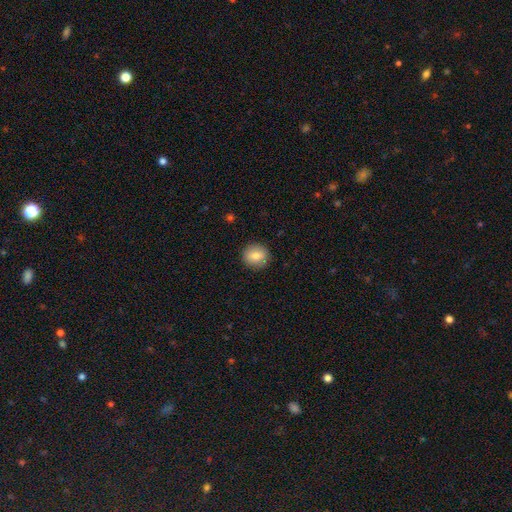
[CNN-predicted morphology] A smooth galaxy with no disk features (80%) that is round (88%).

Vote fractions:
- Smooth or featured? smooth: 80% / featured or disk: 12% / star or artifact: 8%
- How rounded? round: 88% / in between: 11% / cigar-shaped: 1%
- Merging? none: 90% / minor disturbance: 7% / major disturbance: 2% / merger: 1%